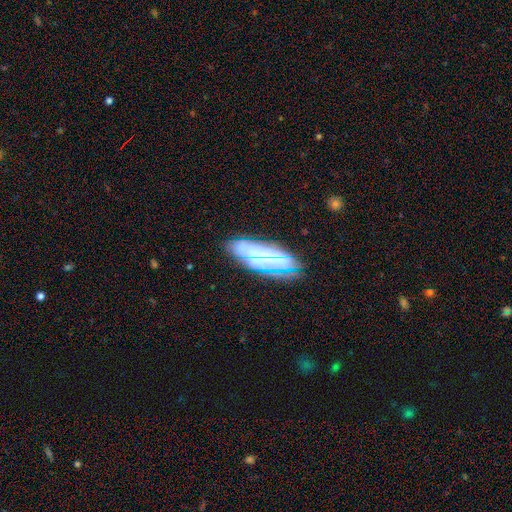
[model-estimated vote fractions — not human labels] This is possibly a featured or disk galaxy (50%). It is likely not viewed edge-on (77%). Merging: likely none (71%).